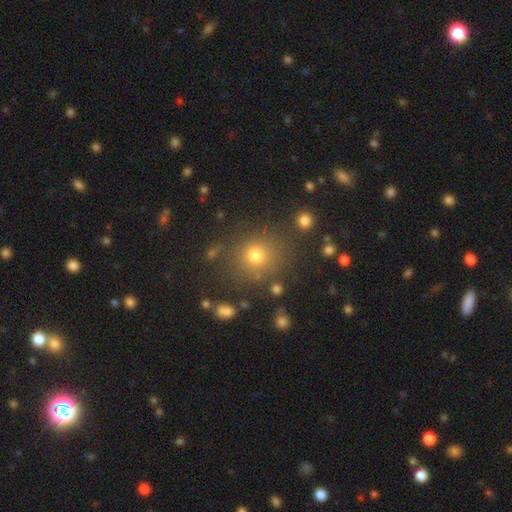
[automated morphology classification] smooth 72%, star or artifact 20%, featured or disk 8%. Down the decision tree: how rounded — round (86%); merging — none (82%).